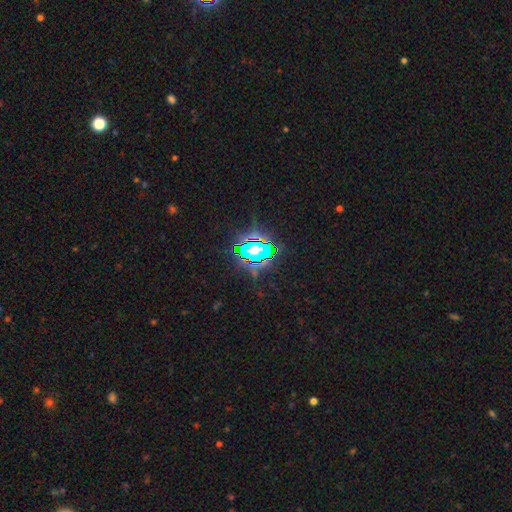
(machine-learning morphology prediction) The model was most divided on "smooth or featured": star or artifact: 81%, smooth: 11%, featured or disk: 8%.